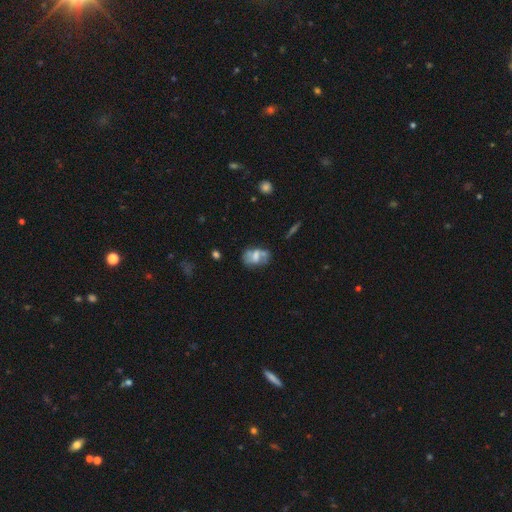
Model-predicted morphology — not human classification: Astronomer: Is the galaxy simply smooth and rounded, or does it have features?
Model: featured or disk — 47% (runner-up: smooth, 42%).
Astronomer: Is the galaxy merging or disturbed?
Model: none — 44% (runner-up: minor disturbance, 23%).